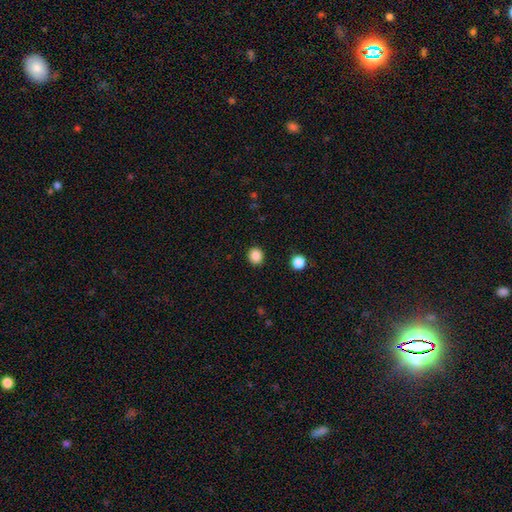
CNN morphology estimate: The model was most divided on "how rounded": round: 81%, in between: 18%, cigar-shaped: 1%. More confident: merging — none (91%); smooth or featured — smooth (87%).